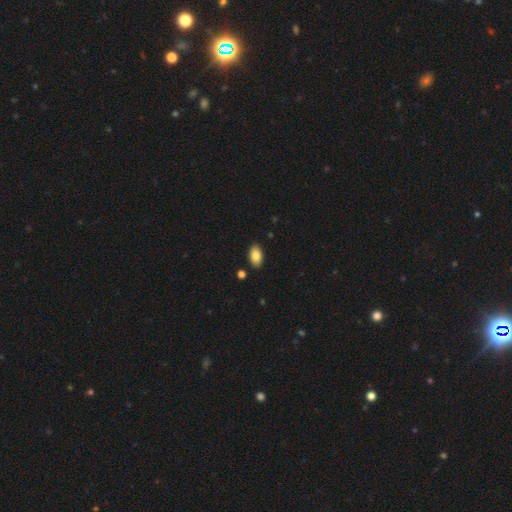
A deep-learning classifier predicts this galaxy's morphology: Smooth or featured? smooth (85%)
How rounded? in between (94%)
Merging? none (89%)